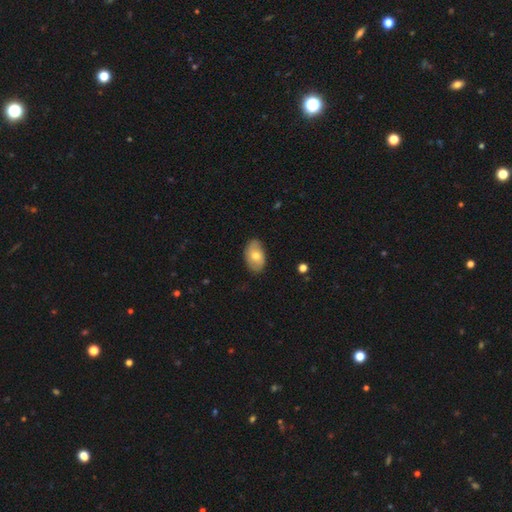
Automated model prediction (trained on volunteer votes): A smooth galaxy with no disk features (71%) that is in between round and cigar-shaped (91%). Merging: none (82%).